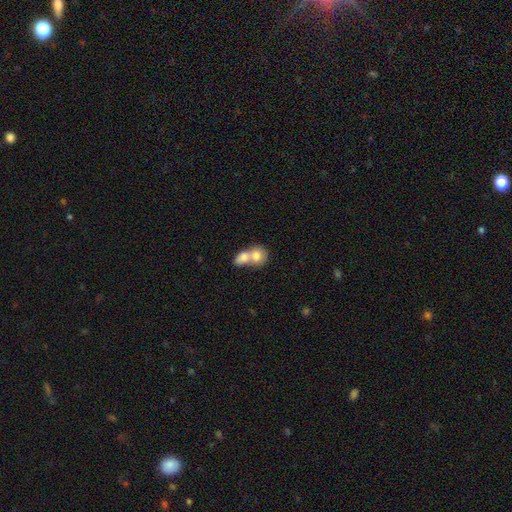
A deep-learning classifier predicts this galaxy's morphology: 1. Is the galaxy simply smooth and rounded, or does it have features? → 75% smooth, 18% featured or disk, 7% star or artifact.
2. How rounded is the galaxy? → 56% round, 42% in between, 2% cigar-shaped.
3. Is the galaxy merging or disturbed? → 76% merger, 16% none, 5% minor disturbance, 3% major disturbance.